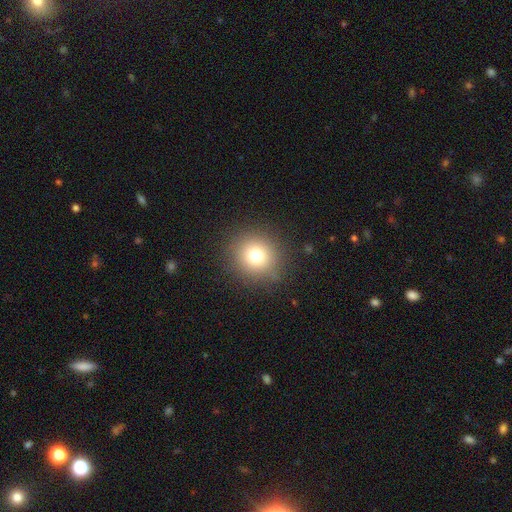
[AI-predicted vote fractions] Overall: smooth (75%). How rounded: round (91%). Merging: none (88%).